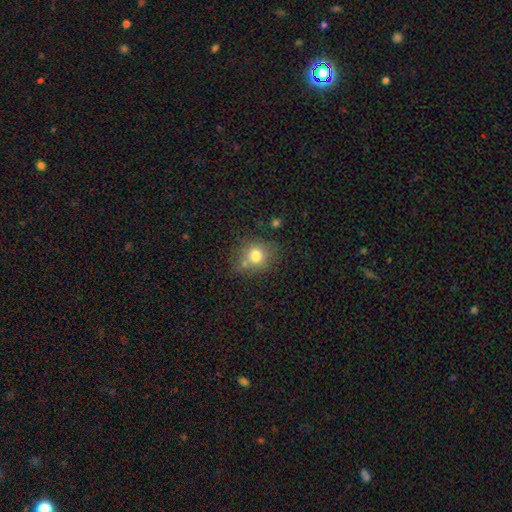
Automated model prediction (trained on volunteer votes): A smooth galaxy with no disk features (76%) that is round (76%). Merging: none (65%).